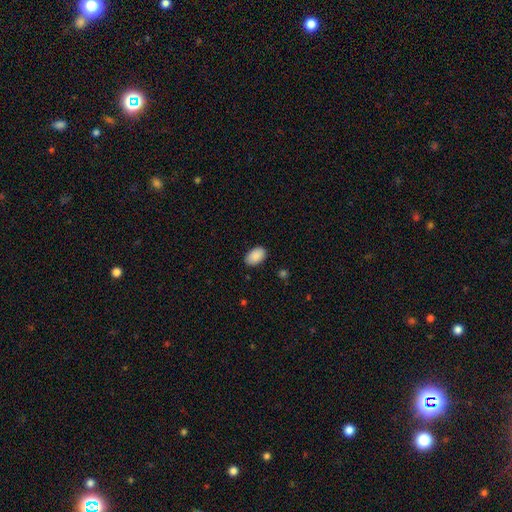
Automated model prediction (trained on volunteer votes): Overall: smooth (90%). How rounded: in between (91%). Merging: none (86%).